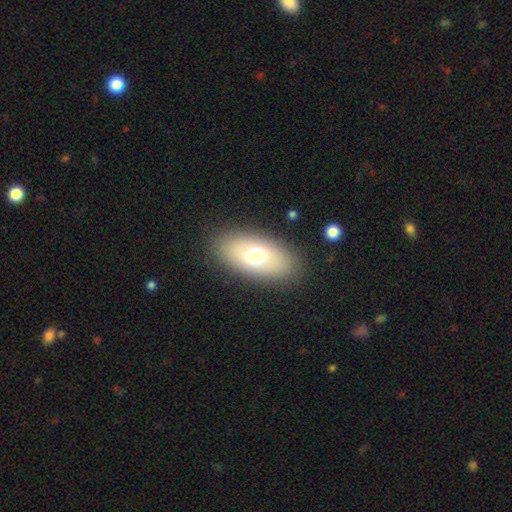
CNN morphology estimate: Smooth or featured?
  - smooth: 67% *
  - featured or disk: 23%
  - star or artifact: 10%
How rounded?
  - in between: 88% *
  - round: 7%
  - cigar-shaped: 5%
Merging?
  - none: 86% *
  - minor disturbance: 9%
  - major disturbance: 4%
  - merger: 1%